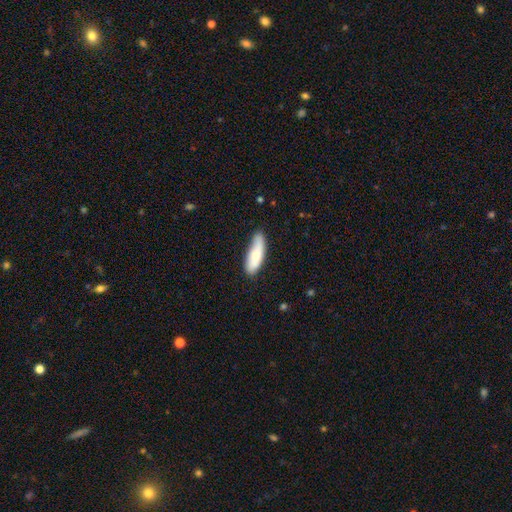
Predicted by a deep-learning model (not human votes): Smooth or featured?
  - smooth: 71% *
  - featured or disk: 23%
  - star or artifact: 6%
How rounded?
  - in between: 58% *
  - cigar-shaped: 41%
  - round: 2%
Merging?
  - none: 73% *
  - minor disturbance: 21%
  - major disturbance: 4%
  - merger: 2%